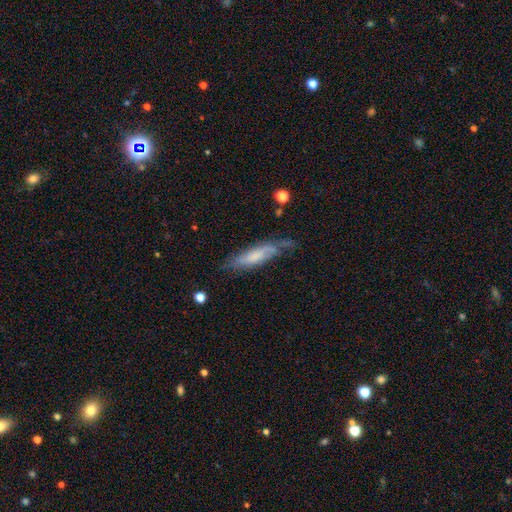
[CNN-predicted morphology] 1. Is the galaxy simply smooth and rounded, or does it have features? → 49% smooth, 44% featured or disk, 7% star or artifact.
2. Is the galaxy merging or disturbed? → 53% none, 31% minor disturbance, 13% major disturbance, 3% merger.